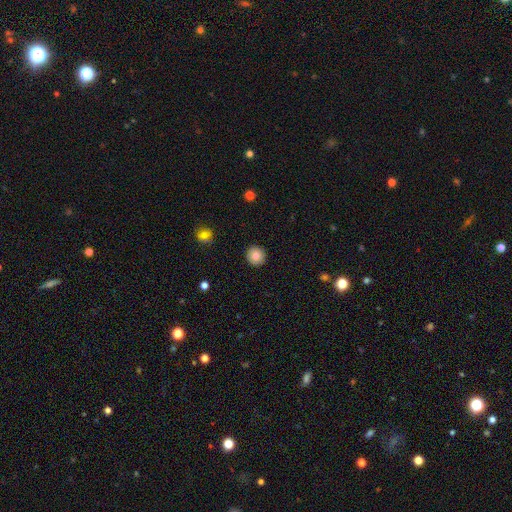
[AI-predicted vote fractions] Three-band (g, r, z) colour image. It shows a smooth galaxy with no disk features (82%) that is round (95%). Merging: none (93%).